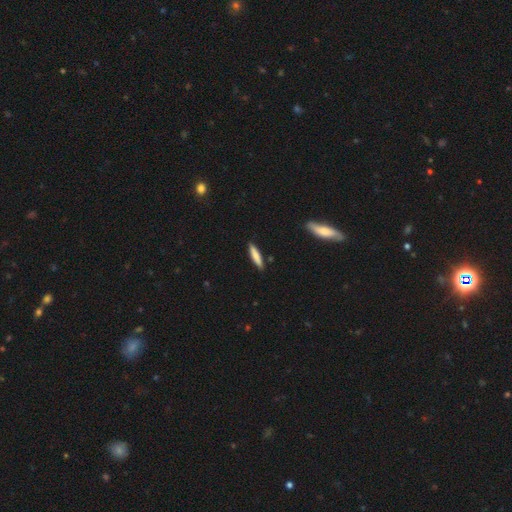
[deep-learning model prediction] Overall: smooth (78%). How rounded: cigar-shaped (85%). Merging: none (88%).